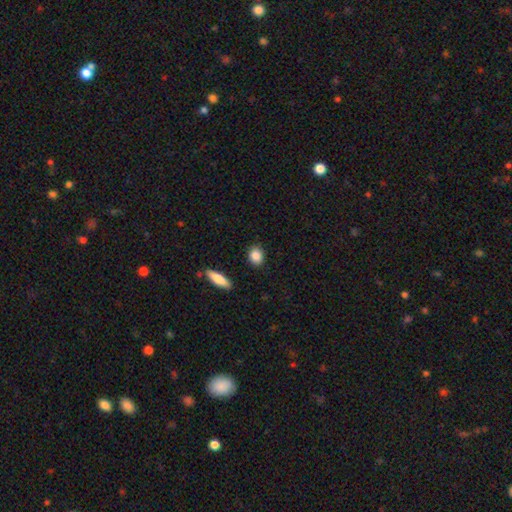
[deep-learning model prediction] Smooth or featured?
  - smooth: 87% *
  - star or artifact: 8%
  - featured or disk: 5%
How rounded?
  - in between: 50% *
  - round: 46%
  - cigar-shaped: 3%
Merging?
  - none: 87% *
  - minor disturbance: 9%
  - major disturbance: 2%
  - merger: 2%